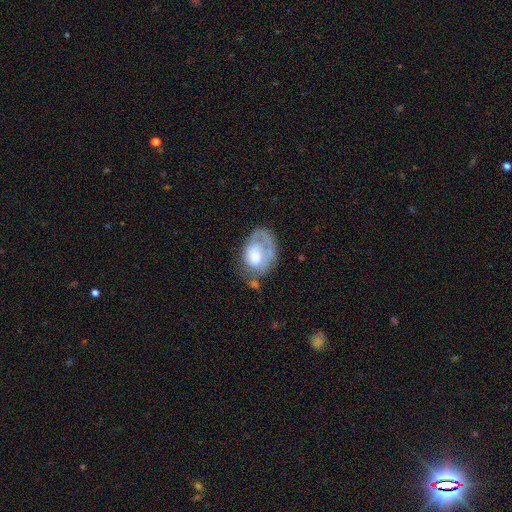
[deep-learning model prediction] smooth 48%, featured or disk 45%, star or artifact 7%. Down the decision tree: merging — none (37%).